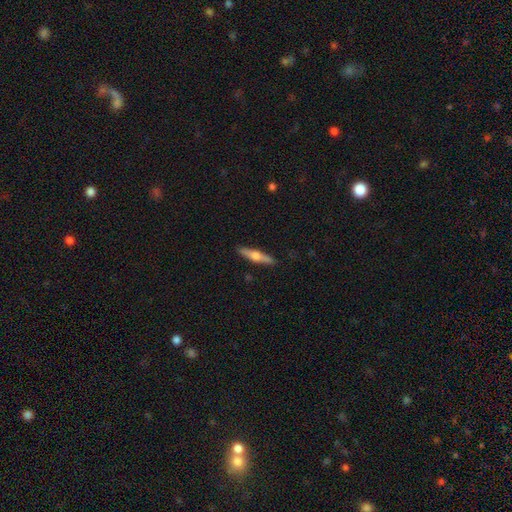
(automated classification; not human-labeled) featured or disk 56%, smooth 38%, star or artifact 6%. Down the decision tree: edge-on disk — yes (96%); edge-on bulge — rounded (92%); merging — none (89%).